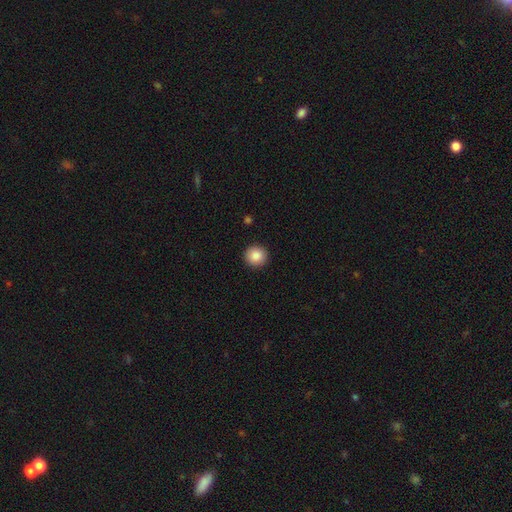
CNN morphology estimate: Overall: smooth (88%). How rounded: round (93%). Merging: none (92%).